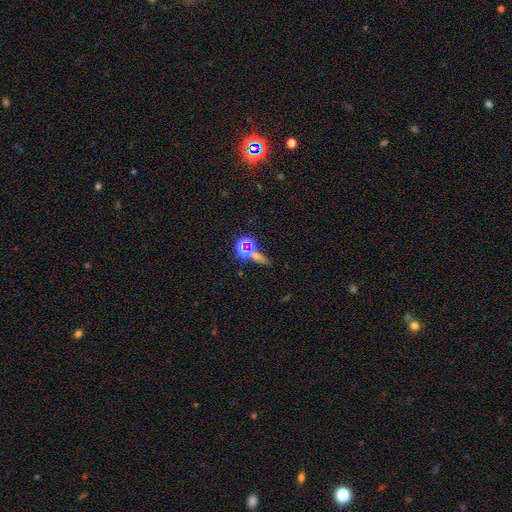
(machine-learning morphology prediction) Smooth or featured?
  - star or artifact: 61% *
  - smooth: 26%
  - featured or disk: 13%